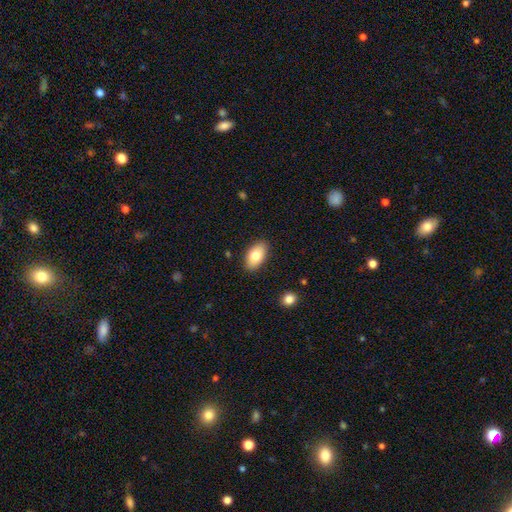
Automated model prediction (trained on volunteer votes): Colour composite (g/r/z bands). It shows a smooth galaxy with no disk features (78%) that is in between round and cigar-shaped (93%). Merging: none (88%).